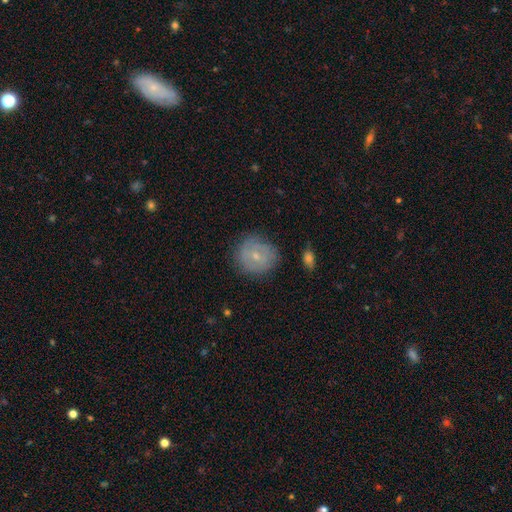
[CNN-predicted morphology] Smooth or featured: smooth — 49% (featured or disk — 43%)
Merging: none — 77% (minor disturbance — 17%)